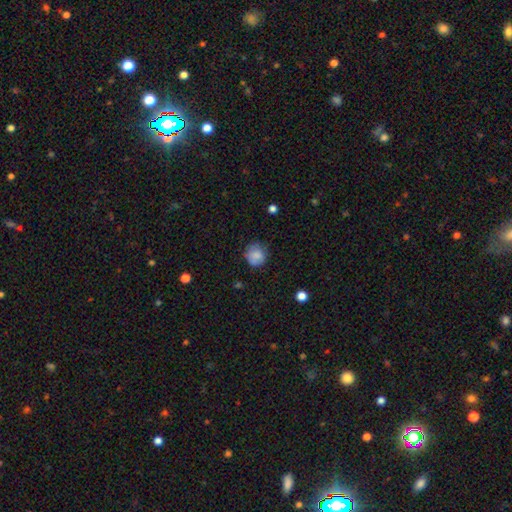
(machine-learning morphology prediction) Smooth or featured: smooth — 83% (star or artifact — 9%)
How rounded: round — 85% (in between — 14%)
Merging: none — 70% (minor disturbance — 23%)